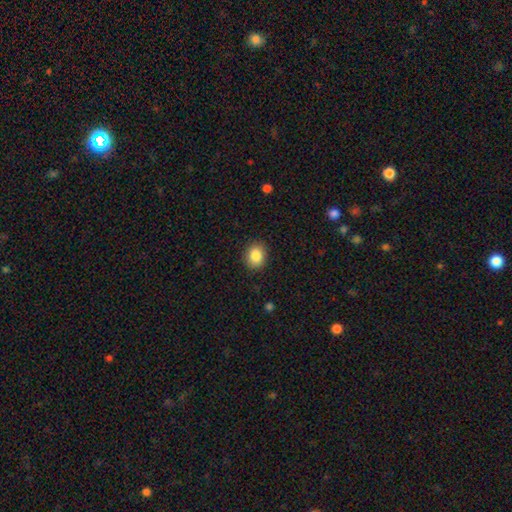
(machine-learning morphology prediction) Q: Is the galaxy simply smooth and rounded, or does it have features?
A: smooth — 86%.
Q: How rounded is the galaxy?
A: round — 59%.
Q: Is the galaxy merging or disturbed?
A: none — 89%.